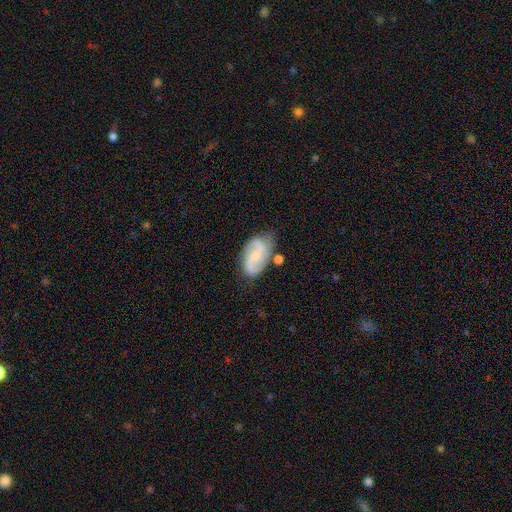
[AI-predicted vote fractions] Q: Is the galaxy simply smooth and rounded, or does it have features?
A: featured or disk — 78%.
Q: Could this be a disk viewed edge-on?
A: no — 97%.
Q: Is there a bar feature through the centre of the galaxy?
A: no — 48%.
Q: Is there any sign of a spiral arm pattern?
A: yes — 95%.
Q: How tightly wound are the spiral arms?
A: loose — 44%.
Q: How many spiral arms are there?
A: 2 — 90%.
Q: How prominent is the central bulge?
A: small — 66%.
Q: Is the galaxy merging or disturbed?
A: none — 73%.